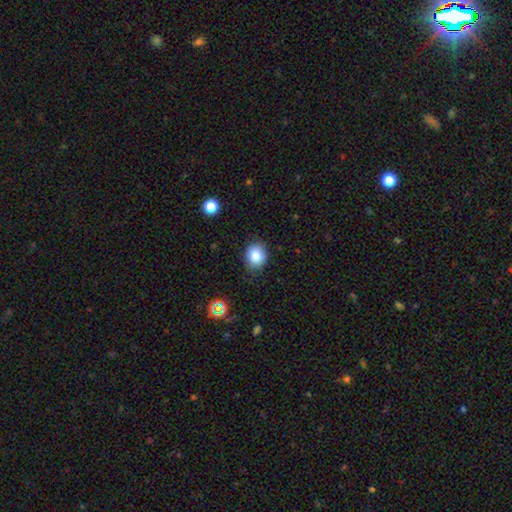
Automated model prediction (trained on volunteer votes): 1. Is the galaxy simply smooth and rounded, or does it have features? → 84% smooth, 10% star or artifact, 6% featured or disk.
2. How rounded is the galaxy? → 61% round, 38% in between, 1% cigar-shaped.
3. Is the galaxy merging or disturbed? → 83% none, 13% minor disturbance, 3% major disturbance, 1% merger.